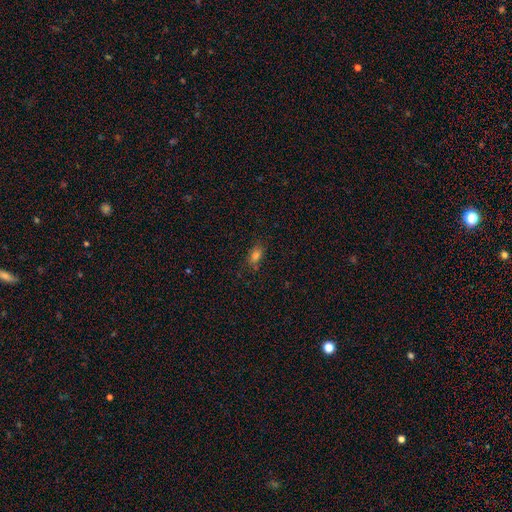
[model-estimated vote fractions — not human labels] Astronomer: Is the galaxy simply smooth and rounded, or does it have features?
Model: smooth — 76%.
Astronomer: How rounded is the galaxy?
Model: in between — 80%.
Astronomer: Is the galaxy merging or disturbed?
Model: none — 78%.